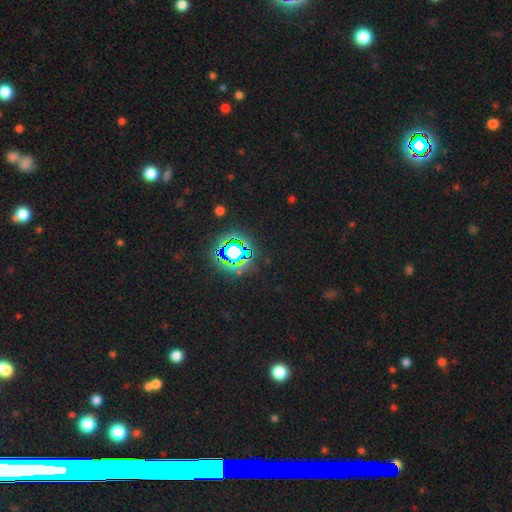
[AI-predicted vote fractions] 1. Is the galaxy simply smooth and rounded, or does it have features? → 82% star or artifact, 12% smooth, 7% featured or disk.